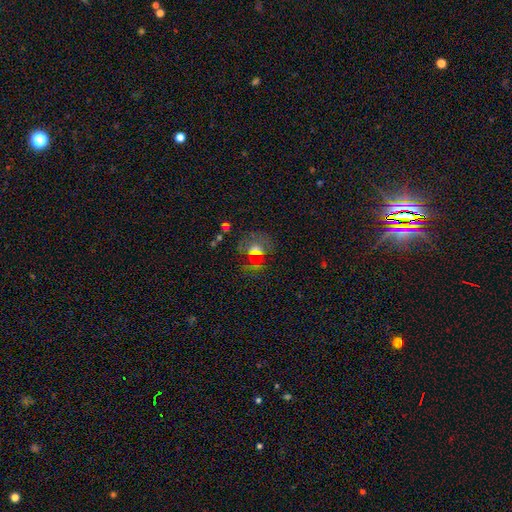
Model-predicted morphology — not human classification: Smooth or featured? Predicted: smooth (p=0.39). Merging? Predicted: none (p=0.54).